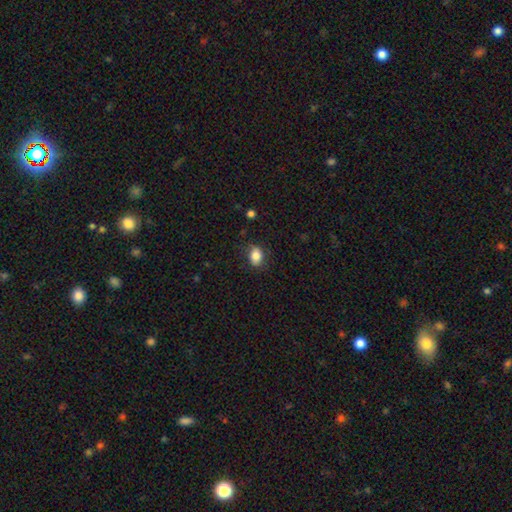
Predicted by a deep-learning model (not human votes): Q: Smooth or featured?
A: smooth (82%); runner-up: featured or disk (9%)
Q: How rounded?
A: in between (70%); runner-up: round (28%)
Q: Merging?
A: none (75%); runner-up: minor disturbance (19%)